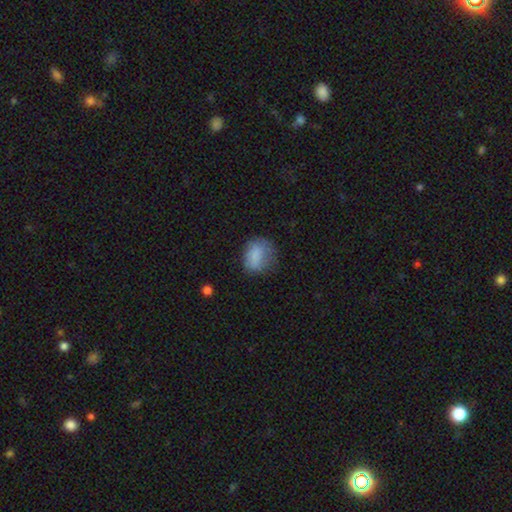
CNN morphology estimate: type=smooth (78%); roundness=round (50%); merging=none (57%).